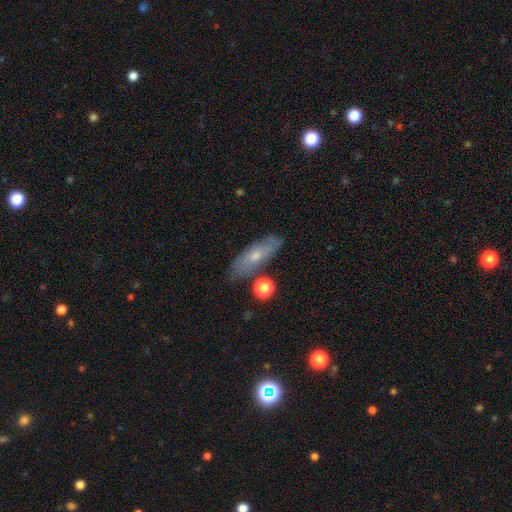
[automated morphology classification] Smooth or featured?
  - smooth: 55% *
  - featured or disk: 37%
  - star or artifact: 8%
How rounded?
  - in between: 59% *
  - cigar-shaped: 36%
  - round: 4%
Merging?
  - none: 72% *
  - minor disturbance: 18%
  - merger: 6%
  - major disturbance: 5%